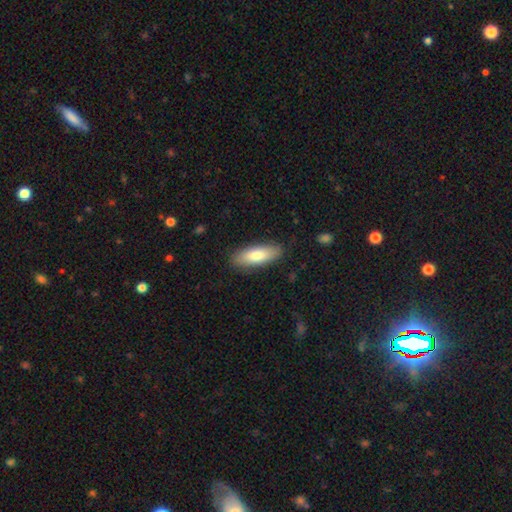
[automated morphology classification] Smooth or featured? Predicted: smooth (p=0.77). How rounded? Predicted: in between (p=0.61). Merging? Predicted: none (p=0.87).